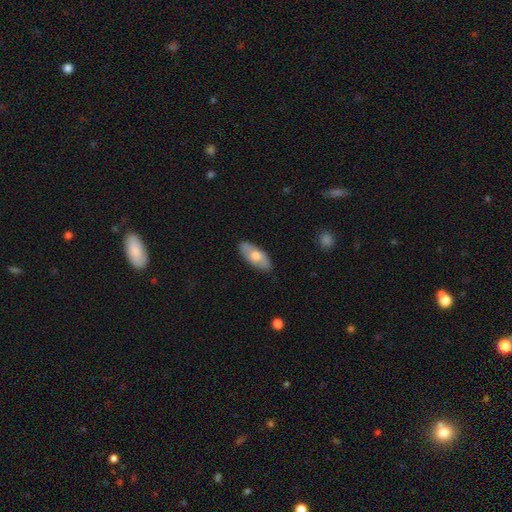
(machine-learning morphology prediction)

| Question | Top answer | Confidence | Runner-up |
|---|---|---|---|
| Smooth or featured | smooth | 63% | featured or disk (32%) |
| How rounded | in between | 86% | cigar-shaped (11%) |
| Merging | none | 85% | minor disturbance (12%) |